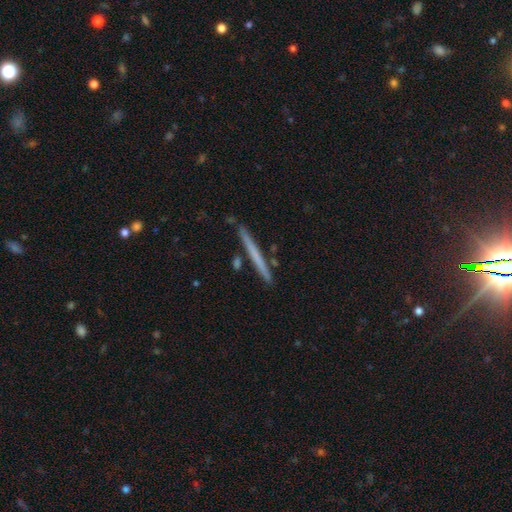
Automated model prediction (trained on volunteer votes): Smooth or featured: smooth — 53% (featured or disk — 41%)
How rounded: cigar-shaped — 97% (in between — 1%)
Merging: none — 89% (minor disturbance — 7%)